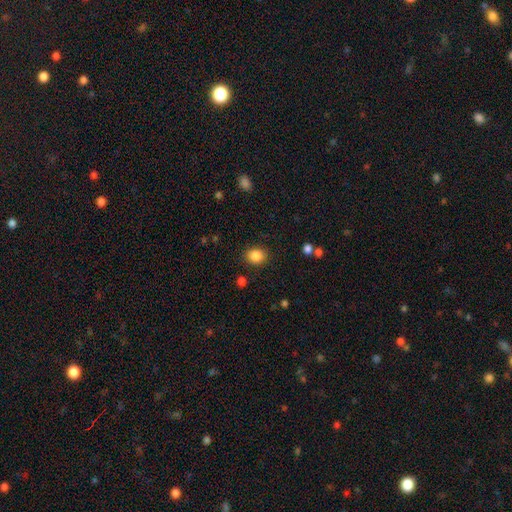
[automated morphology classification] Smooth or featured? Predicted: smooth (p=0.87). How rounded? Predicted: round (p=0.62). Merging? Predicted: none (p=0.87).